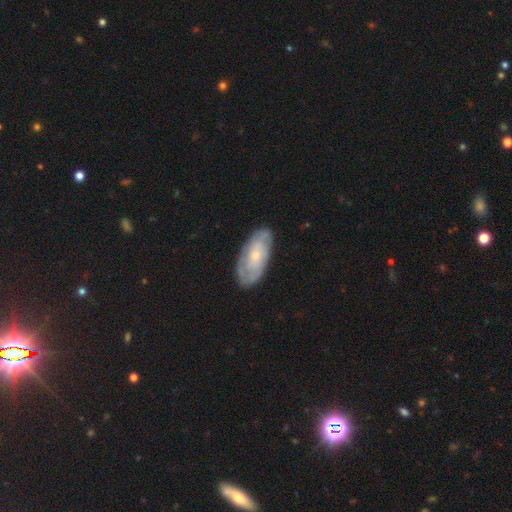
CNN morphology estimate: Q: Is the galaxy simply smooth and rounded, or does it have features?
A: featured or disk — 57%.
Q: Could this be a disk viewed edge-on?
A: no — 91%.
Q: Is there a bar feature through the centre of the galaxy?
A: no — 79%.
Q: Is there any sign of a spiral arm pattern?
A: yes — 70%.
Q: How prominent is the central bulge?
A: small — 61%.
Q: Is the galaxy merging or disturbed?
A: none — 78%.